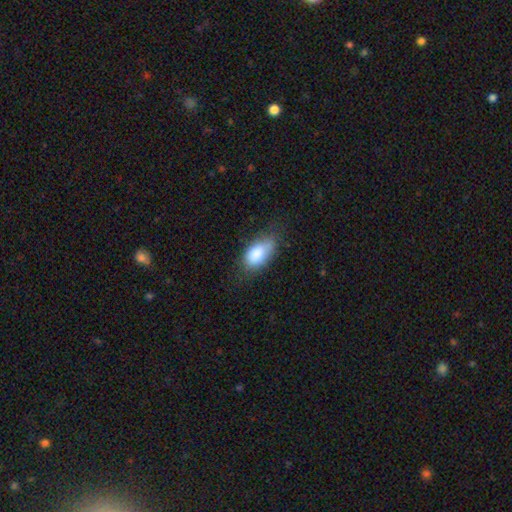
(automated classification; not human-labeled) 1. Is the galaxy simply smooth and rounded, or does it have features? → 84% smooth, 9% featured or disk, 7% star or artifact.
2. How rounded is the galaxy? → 92% in between, 5% round, 3% cigar-shaped.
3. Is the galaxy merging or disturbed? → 58% none, 31% minor disturbance, 10% major disturbance, 2% merger.